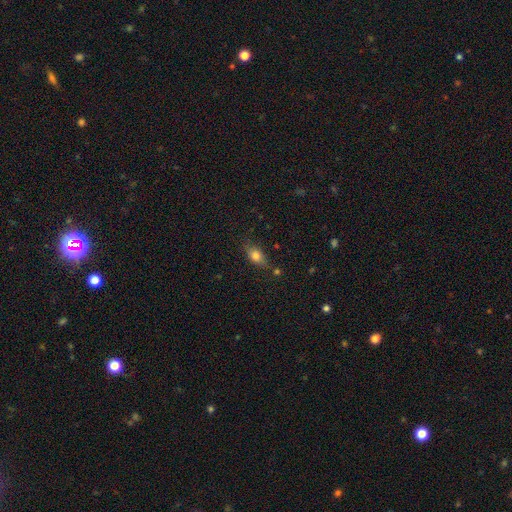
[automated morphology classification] smooth 76%, featured or disk 14%, star or artifact 10%. Down the decision tree: how rounded — in between (80%); merging — none (69%).